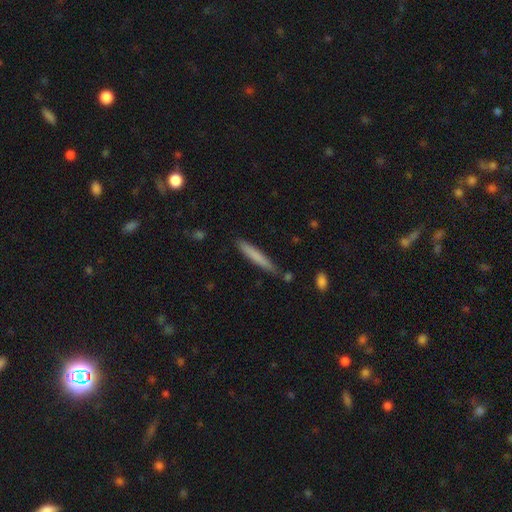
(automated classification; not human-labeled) smooth_or_featured: smooth (p=0.74) [alt: featured or disk p=0.20]
how_rounded: cigar-shaped (p=0.95) [alt: in between p=0.04]
merging: none (p=0.82) [alt: minor disturbance p=0.13]